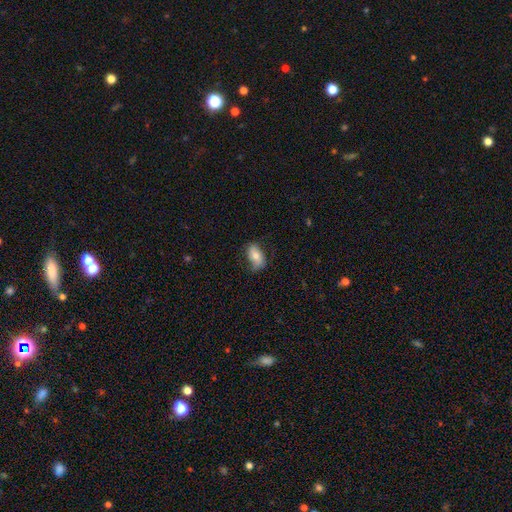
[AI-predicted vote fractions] Q: Smooth or featured?
A: smooth (71%); runner-up: featured or disk (22%)
Q: How rounded?
A: in between (91%); runner-up: round (7%)
Q: Merging?
A: none (69%); runner-up: minor disturbance (24%)